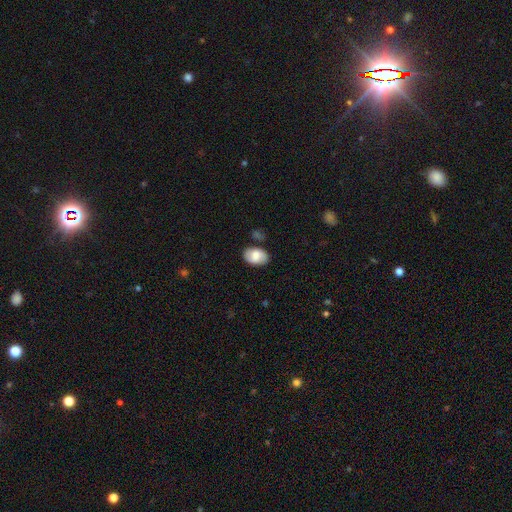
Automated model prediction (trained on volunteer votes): The model was most divided on "smooth or featured": smooth: 71%, featured or disk: 22%, star or artifact: 7%. More confident: how rounded — in between (87%); merging — none (78%).